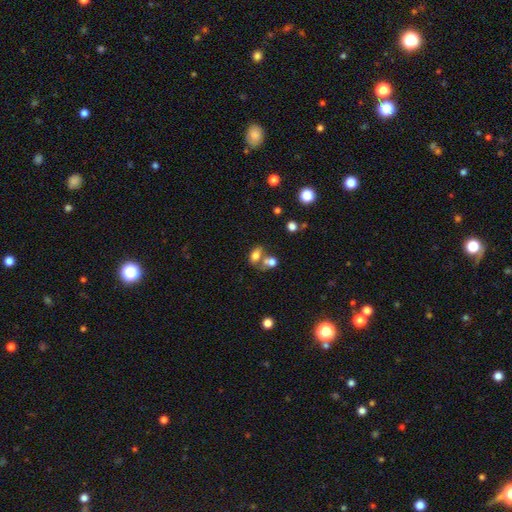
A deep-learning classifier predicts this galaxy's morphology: smooth 71%, featured or disk 18%, star or artifact 11%. Down the decision tree: how rounded — in between (83%); merging — merger (52%).